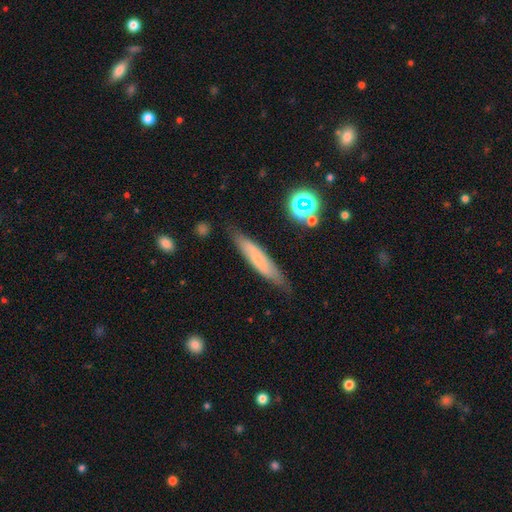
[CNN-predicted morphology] smooth_or_featured: smooth (p=0.58) [alt: featured or disk p=0.33]
how_rounded: cigar-shaped (p=0.86) [alt: in between p=0.12]
merging: none (p=0.76) [alt: minor disturbance p=0.18]